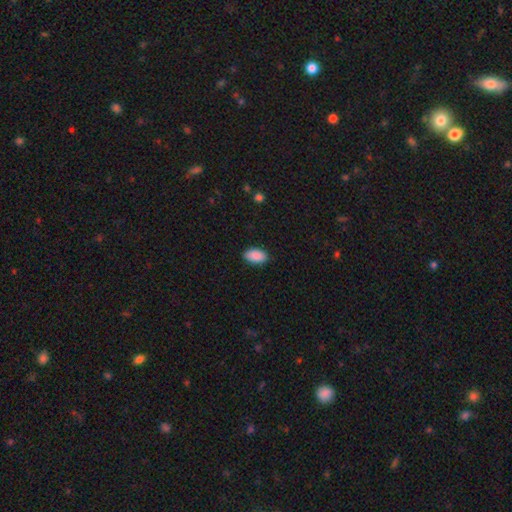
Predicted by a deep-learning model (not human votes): The model was most divided on "merging": none: 89%, minor disturbance: 8%, major disturbance: 2%, merger: 1%. More confident: how rounded — in between (95%); smooth or featured — smooth (90%).